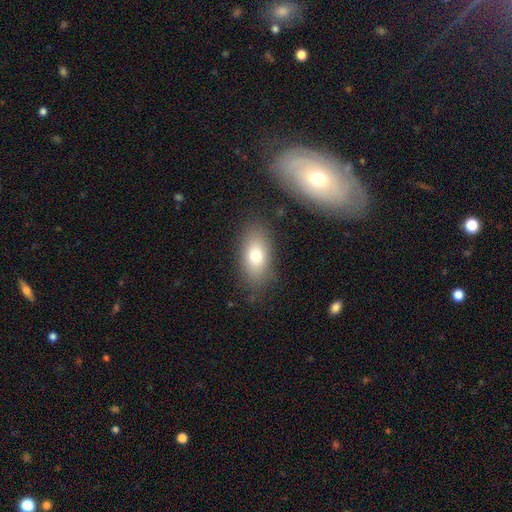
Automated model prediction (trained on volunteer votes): Overall: smooth (73%). How rounded: in between (87%). Merging: none (82%).